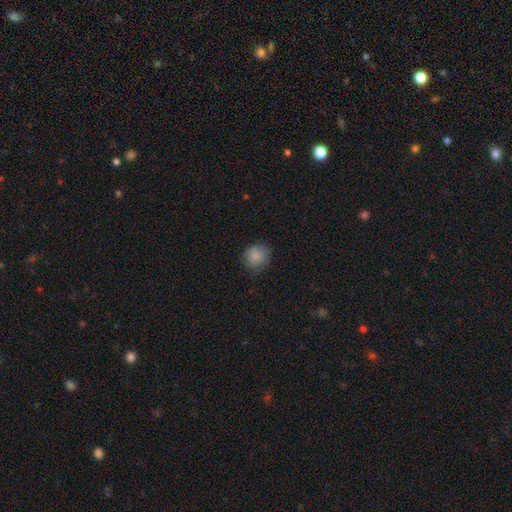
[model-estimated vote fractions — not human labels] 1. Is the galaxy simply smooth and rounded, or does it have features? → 85% smooth, 9% star or artifact, 6% featured or disk.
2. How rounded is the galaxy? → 85% round, 14% in between, 1% cigar-shaped.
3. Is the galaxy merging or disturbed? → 78% none, 17% minor disturbance, 4% major disturbance, 1% merger.